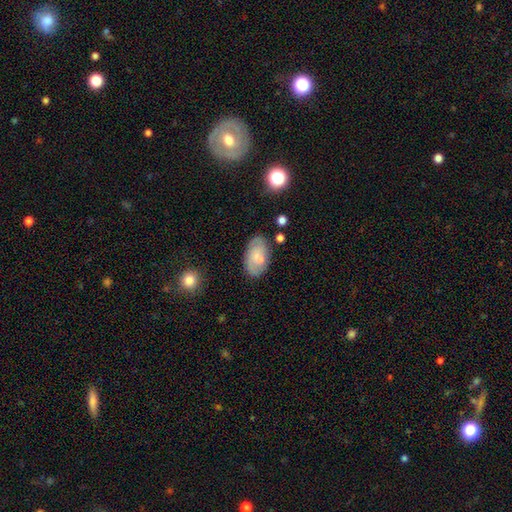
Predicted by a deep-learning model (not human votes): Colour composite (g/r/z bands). It shows a smooth galaxy with no disk features (57%) that is in between round and cigar-shaped (92%). Merging: none (75%).